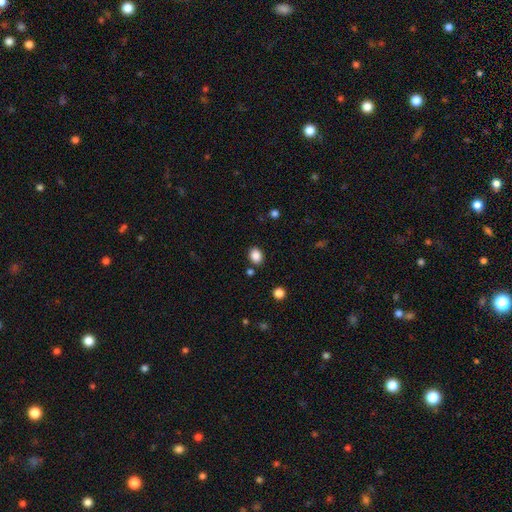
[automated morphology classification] Smooth or featured?
  - smooth: 86% *
  - star or artifact: 10%
  - featured or disk: 4%
How rounded?
  - in between: 53% *
  - round: 46%
  - cigar-shaped: 1%
Merging?
  - none: 83% *
  - minor disturbance: 9%
  - merger: 5%
  - major disturbance: 3%